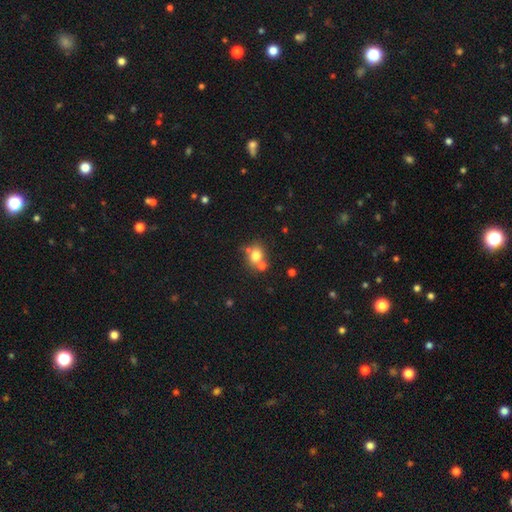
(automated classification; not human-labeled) This appears to be a smooth galaxy with no disk features (74%) that is round (62%). Merging: none (53%).